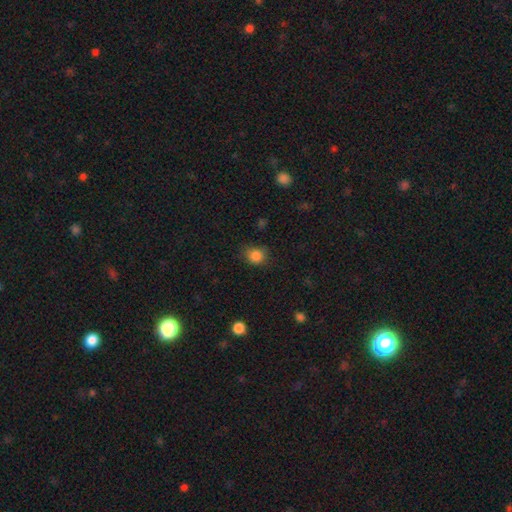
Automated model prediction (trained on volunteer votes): Overall: smooth (84%). How rounded: round (75%). Merging: none (74%).